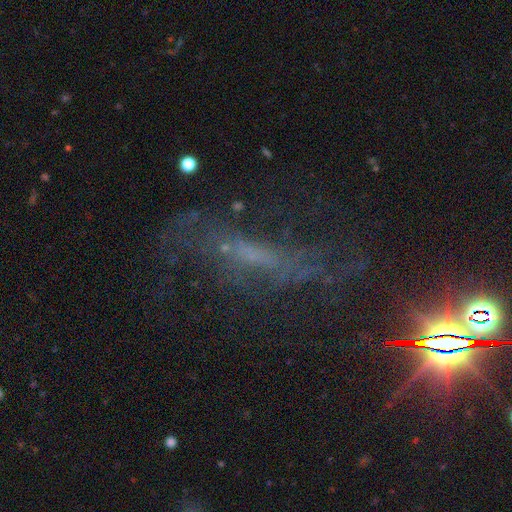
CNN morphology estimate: Overall: featured or disk (49%; star or artifact 34%). Merging: none (51%; major disturbance 24%).